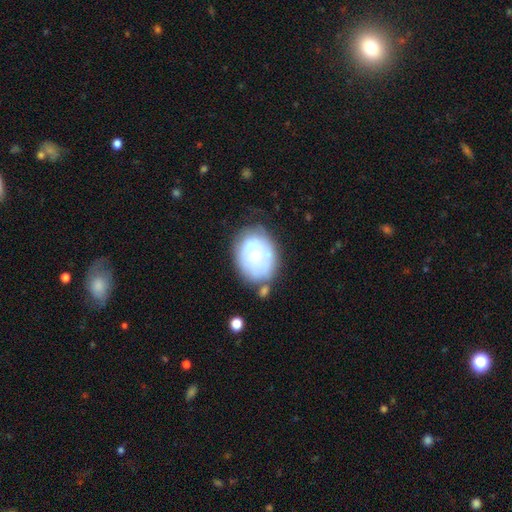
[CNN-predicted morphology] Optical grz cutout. It shows a smooth galaxy with no disk features (50%). Merging: none (48%).